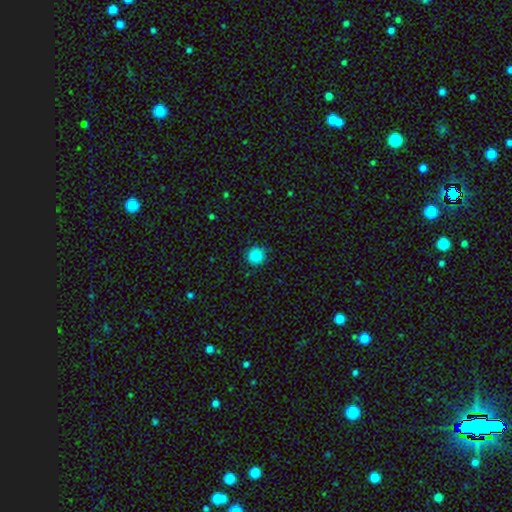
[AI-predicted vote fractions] Smooth or featured? smooth (87%)
How rounded? round (93%)
Merging? none (88%)